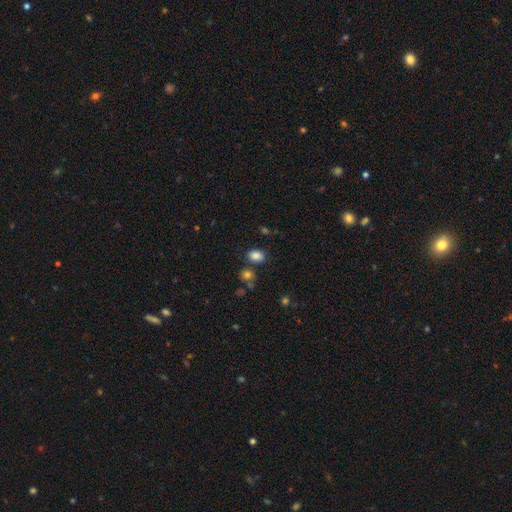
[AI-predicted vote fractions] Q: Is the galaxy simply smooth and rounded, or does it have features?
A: smooth — 84%.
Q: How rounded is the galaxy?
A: in between — 70%.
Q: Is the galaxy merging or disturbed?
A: none — 76%.